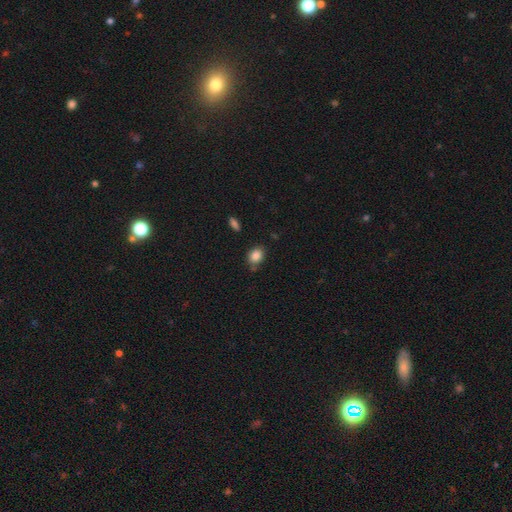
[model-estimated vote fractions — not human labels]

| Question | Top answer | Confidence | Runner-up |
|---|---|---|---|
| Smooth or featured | smooth | 86% | star or artifact (9%) |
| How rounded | in between | 58% | round (41%) |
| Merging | none | 71% | minor disturbance (19%) |